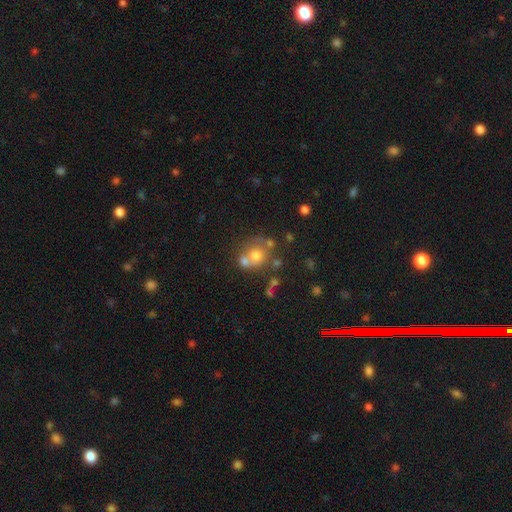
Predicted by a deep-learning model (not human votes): A smooth galaxy with no disk features (62%) that is round (74%). Merging: none (41%).